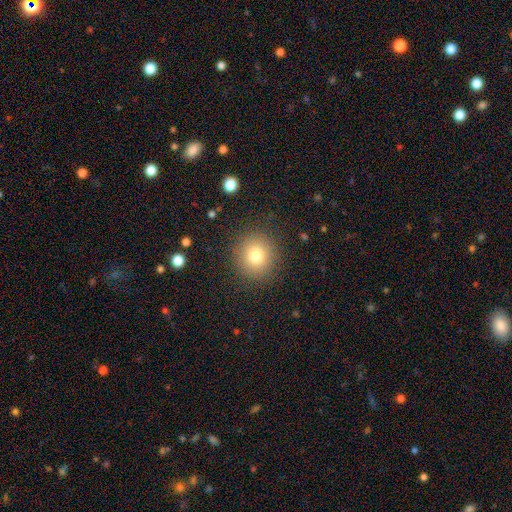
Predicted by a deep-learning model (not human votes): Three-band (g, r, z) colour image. It shows a smooth galaxy with no disk features (79%) that is round (91%). Merging: none (89%).